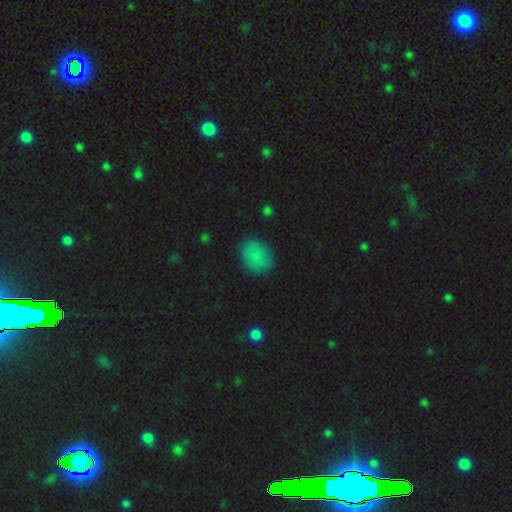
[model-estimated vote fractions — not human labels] Smooth or featured? smooth (80%)
How rounded? in between (60%)
Merging? none (84%)